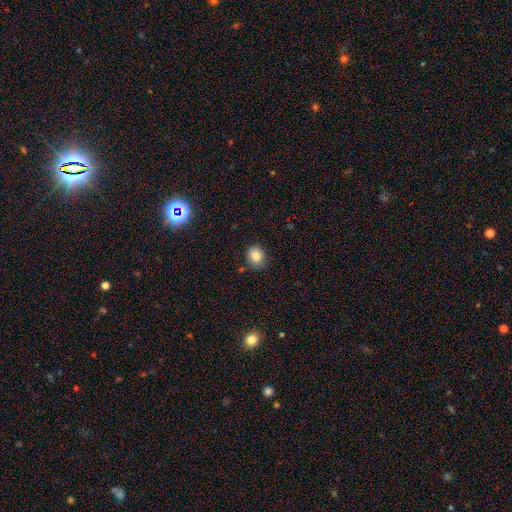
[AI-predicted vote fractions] smooth-or-featured: smooth: 84% | star or artifact: 10% | featured or disk: 6%
  how-rounded: round: 64% | in between: 35% | cigar-shaped: 1%
  merging: none: 79% | minor disturbance: 15% | major disturbance: 3% | merger: 3%